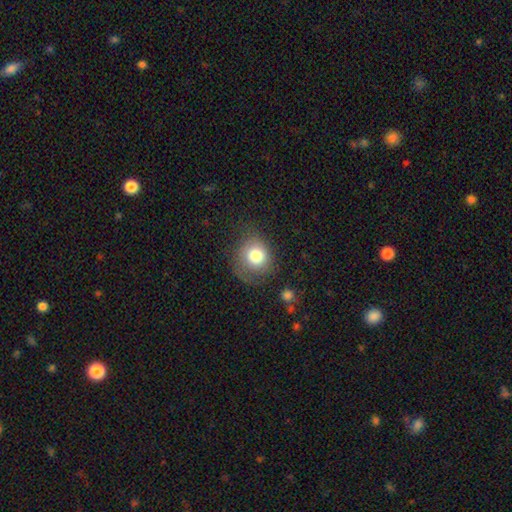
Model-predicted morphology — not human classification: smooth_or_featured: smooth (p=0.77) [alt: featured or disk p=0.13]
how_rounded: round (p=0.79) [alt: in between p=0.20]
merging: none (p=0.61) [alt: minor disturbance p=0.24]